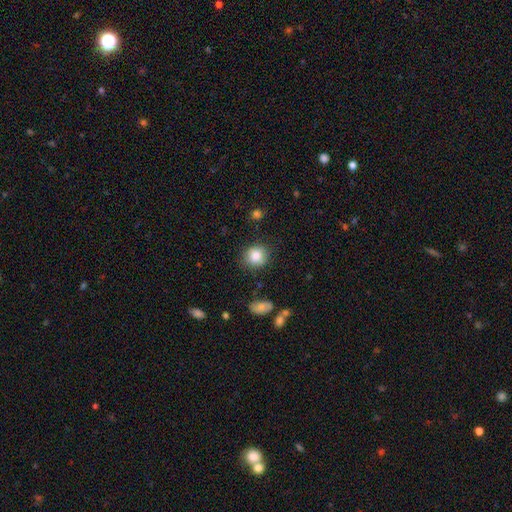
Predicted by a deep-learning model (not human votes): smooth_or_featured: smooth (p=0.84) [alt: star or artifact p=0.09]
how_rounded: round (p=0.77) [alt: in between p=0.22]
merging: none (p=0.82) [alt: minor disturbance p=0.13]